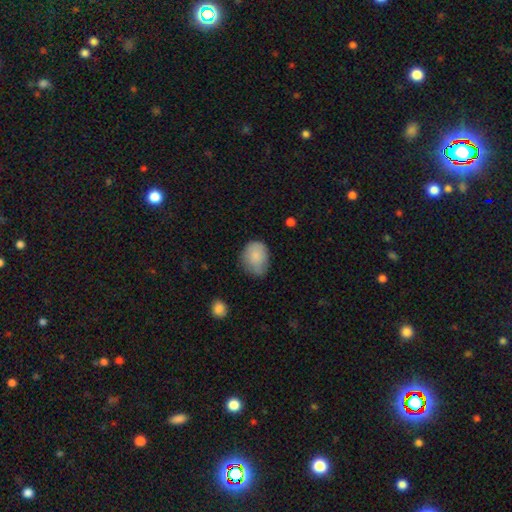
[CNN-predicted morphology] Overall: smooth (82%). How rounded: in between (55%; round 44%). Merging: none (49%; minor disturbance 38%).